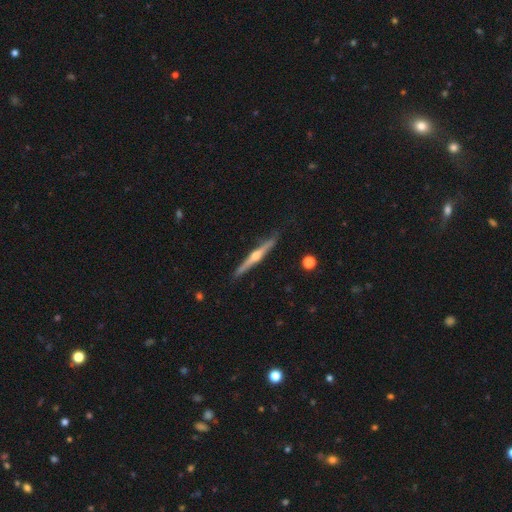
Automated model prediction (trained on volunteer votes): smooth_or_featured: featured or disk (p=0.77) [alt: smooth p=0.17]
disk_edge_on: yes (p=0.98) [alt: no p=0.02]
edge_on_bulge: rounded (p=0.91) [alt: none p=0.06]
merging: none (p=0.87) [alt: minor disturbance p=0.10]